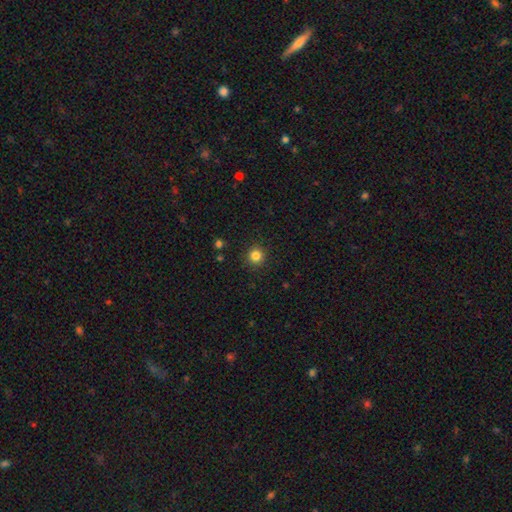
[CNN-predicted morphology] smooth-or-featured: smooth: 83% | star or artifact: 13% | featured or disk: 4%
  how-rounded: round: 94% | in between: 5% | cigar-shaped: 1%
  merging: none: 92% | minor disturbance: 5% | major disturbance: 2% | merger: 1%